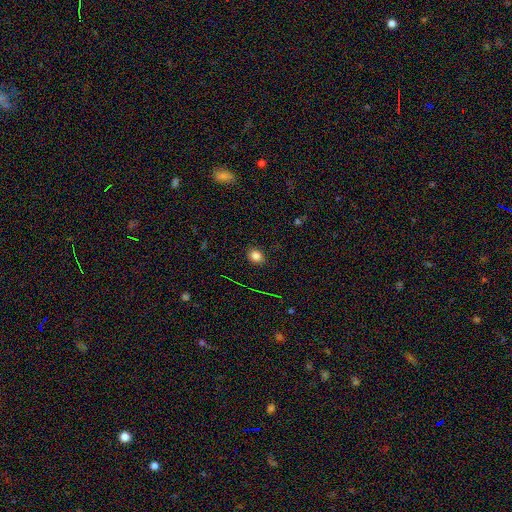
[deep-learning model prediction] Q: Smooth or featured?
A: smooth (82%); runner-up: star or artifact (13%)
Q: How rounded?
A: round (60%); runner-up: in between (39%)
Q: Merging?
A: none (89%); runner-up: minor disturbance (8%)